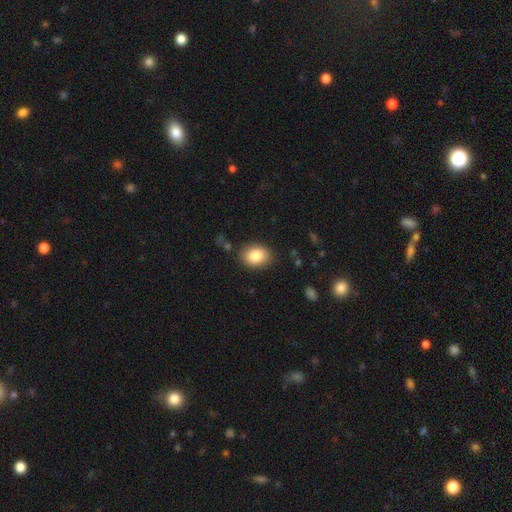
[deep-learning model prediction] smooth_or_featured: smooth (p=0.84) [alt: featured or disk p=0.08]
how_rounded: in between (p=0.61) [alt: round p=0.38]
merging: none (p=0.85) [alt: minor disturbance p=0.10]